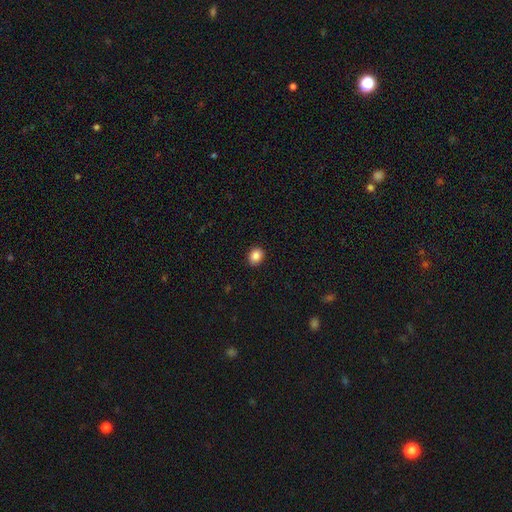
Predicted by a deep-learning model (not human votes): This is clearly a smooth galaxy (87%). How rounded: possibly round (57%). Merging: clearly none (91%).